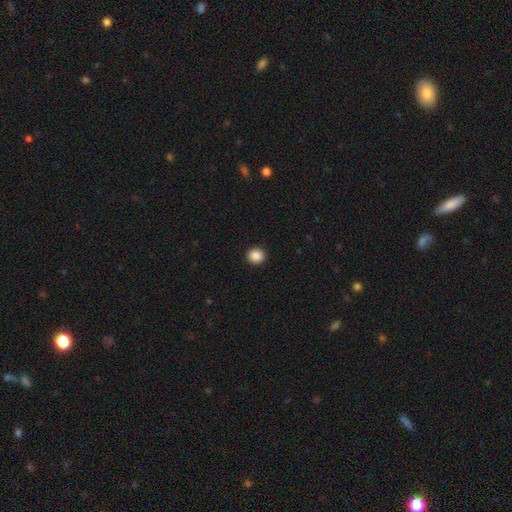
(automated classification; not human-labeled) Q: Smooth or featured?
A: smooth (88%); runner-up: star or artifact (9%)
Q: How rounded?
A: round (80%); runner-up: in between (19%)
Q: Merging?
A: none (92%); runner-up: minor disturbance (5%)